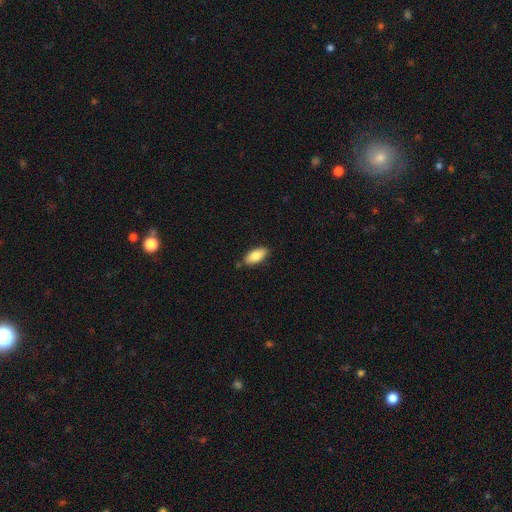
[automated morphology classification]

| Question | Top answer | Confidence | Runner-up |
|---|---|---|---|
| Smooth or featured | smooth | 84% | featured or disk (9%) |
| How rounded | in between | 89% | cigar-shaped (9%) |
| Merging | none | 82% | minor disturbance (13%) |